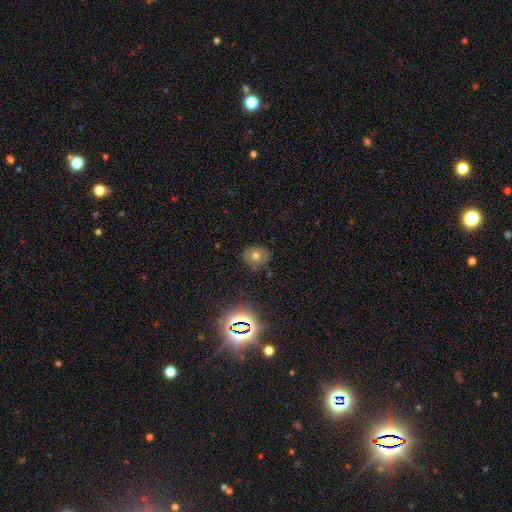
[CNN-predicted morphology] Smooth or featured?
  - smooth: 60% *
  - featured or disk: 21%
  - star or artifact: 19%
How rounded?
  - round: 63% *
  - in between: 36%
  - cigar-shaped: 1%
Merging?
  - none: 74% *
  - minor disturbance: 19%
  - major disturbance: 5%
  - merger: 2%